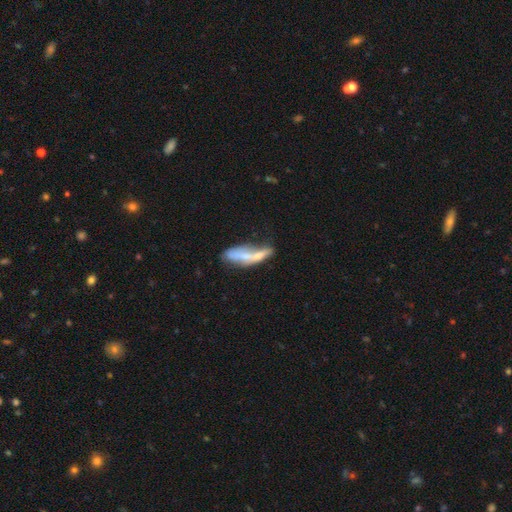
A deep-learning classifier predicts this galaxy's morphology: Q: Smooth or featured?
A: featured or disk (46%); tied with: smooth (46%)
Q: Merging?
A: merger (32%); runner-up: none (28%)